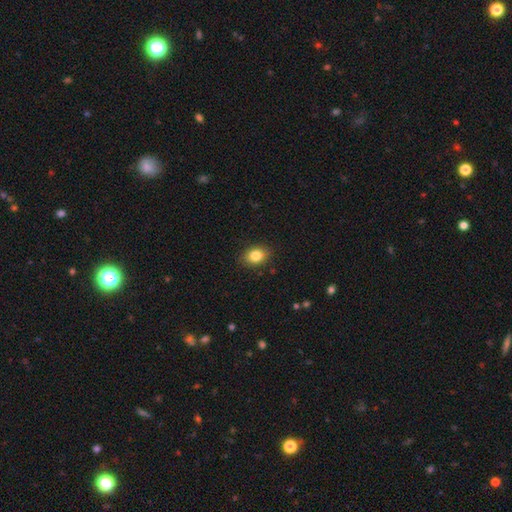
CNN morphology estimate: Smooth or featured? Predicted: smooth (p=0.84). How rounded? Predicted: in between (p=0.68). Merging? Predicted: none (p=0.87).